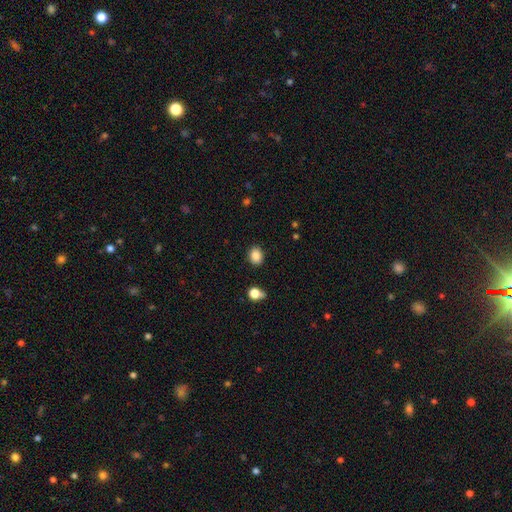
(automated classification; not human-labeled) Smooth or featured? Predicted: smooth (p=0.86). How rounded? Predicted: round (p=0.50). Merging? Predicted: none (p=0.87).